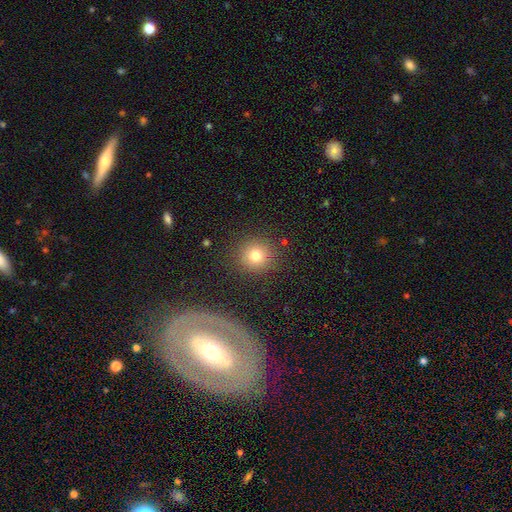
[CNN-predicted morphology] smooth-or-featured: smooth: 76% | star or artifact: 15% | featured or disk: 9%
  how-rounded: round: 92% | in between: 7% | cigar-shaped: 1%
  merging: none: 88% | minor disturbance: 7% | major disturbance: 3% | merger: 2%